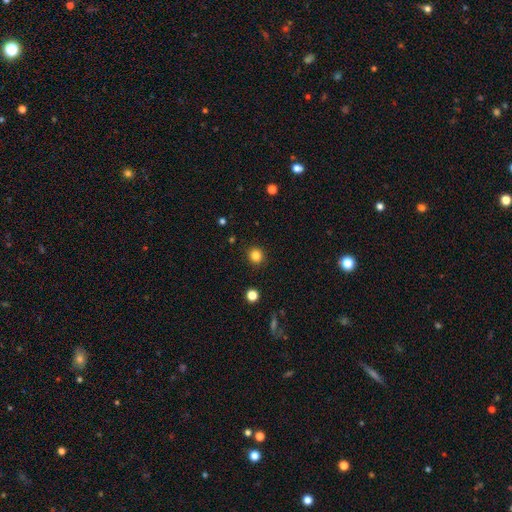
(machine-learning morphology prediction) smooth 84%, star or artifact 12%, featured or disk 4%. Down the decision tree: how rounded — round (90%); merging — none (91%).